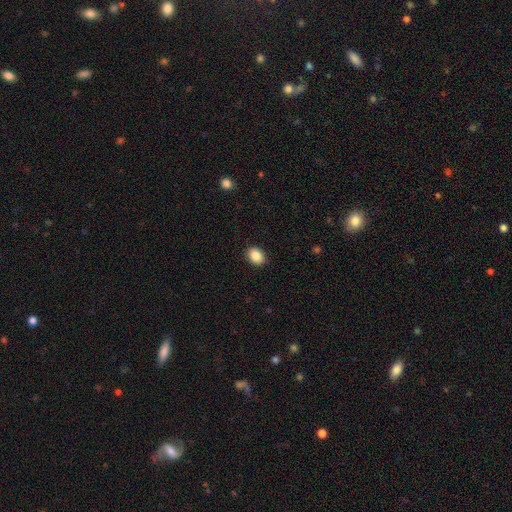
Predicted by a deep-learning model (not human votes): Smooth or featured?
  - smooth: 87% *
  - star or artifact: 8%
  - featured or disk: 5%
How rounded?
  - in between: 63% *
  - round: 36%
  - cigar-shaped: 1%
Merging?
  - none: 90% *
  - minor disturbance: 7%
  - major disturbance: 2%
  - merger: 1%